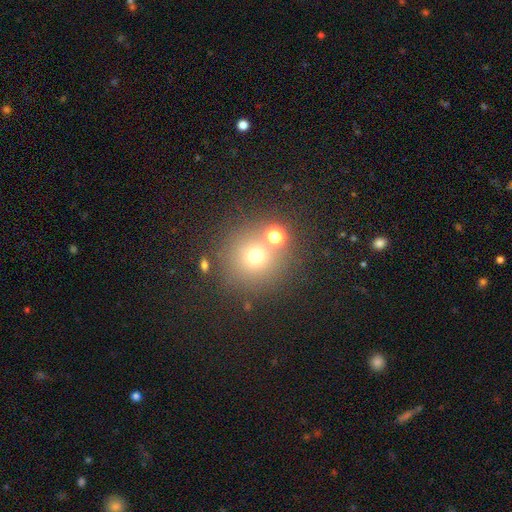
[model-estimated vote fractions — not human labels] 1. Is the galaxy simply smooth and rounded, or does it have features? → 64% smooth, 23% star or artifact, 13% featured or disk.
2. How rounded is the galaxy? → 93% round, 6% in between, 1% cigar-shaped.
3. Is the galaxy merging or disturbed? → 70% none, 18% merger, 8% minor disturbance, 4% major disturbance.